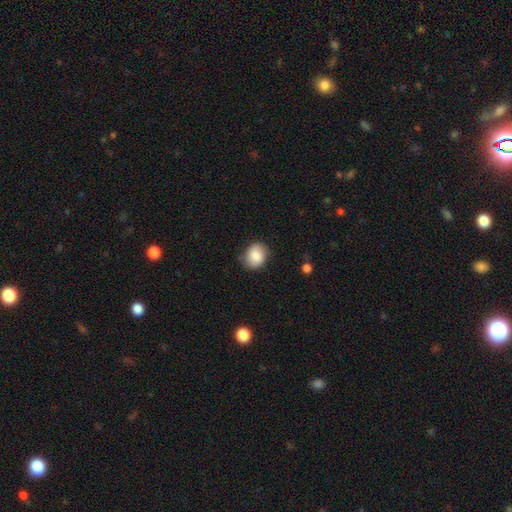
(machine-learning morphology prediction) This is clearly a smooth galaxy (84%). How rounded: possibly round (57%). Merging: likely none (78%).